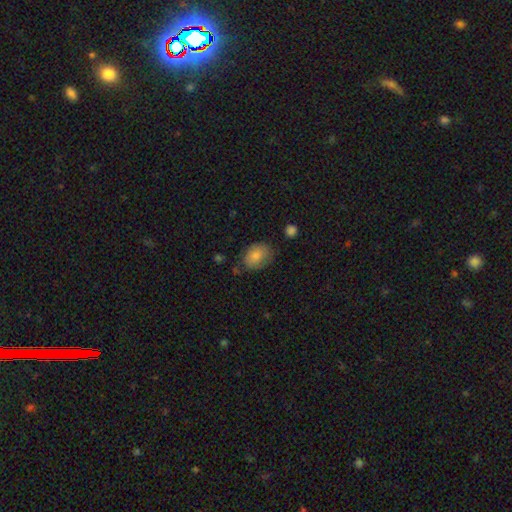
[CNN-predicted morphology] Smooth or featured? Predicted: smooth (p=0.80). How rounded? Predicted: in between (p=0.75). Merging? Predicted: none (p=0.63).